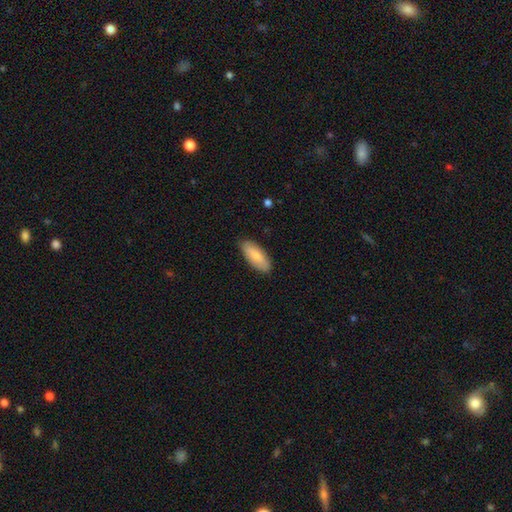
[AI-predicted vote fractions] Q: Smooth or featured?
A: smooth (83%); runner-up: featured or disk (11%)
Q: How rounded?
A: in between (79%); runner-up: cigar-shaped (20%)
Q: Merging?
A: none (86%); runner-up: minor disturbance (11%)